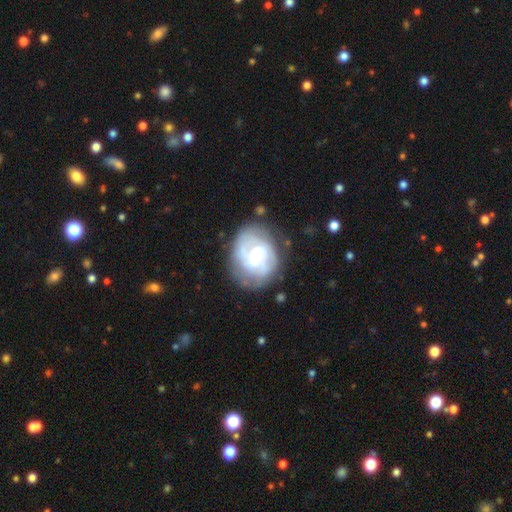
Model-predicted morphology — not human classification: Smooth or featured? featured or disk (81%)
Edge-on disk? no (97%)
Bar? weak (55%)
Spiral arms? yes (92%)
Spiral winding? tight (50%)
Spiral arm count? 2 (57%)
Bulge size? moderate (50%)
Merging? none (75%)